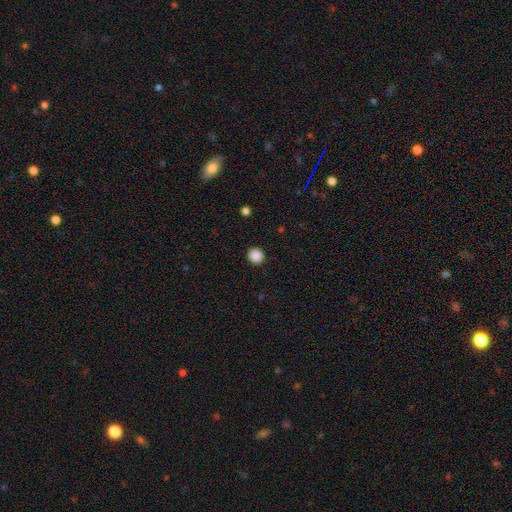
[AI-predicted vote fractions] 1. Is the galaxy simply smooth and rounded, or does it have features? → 88% smooth, 10% star or artifact, 2% featured or disk.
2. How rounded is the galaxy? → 90% round, 9% in between, 1% cigar-shaped.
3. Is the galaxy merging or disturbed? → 92% none, 5% minor disturbance, 2% major disturbance, 1% merger.